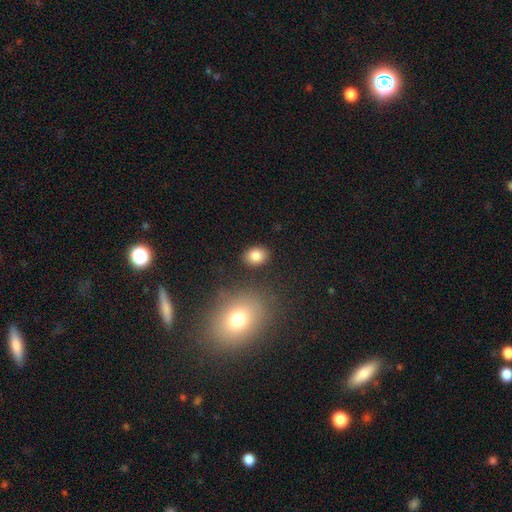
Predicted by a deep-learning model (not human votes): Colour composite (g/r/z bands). It shows a smooth galaxy with no disk features (84%) that is in between round and cigar-shaped (63%). Merging: none (85%).